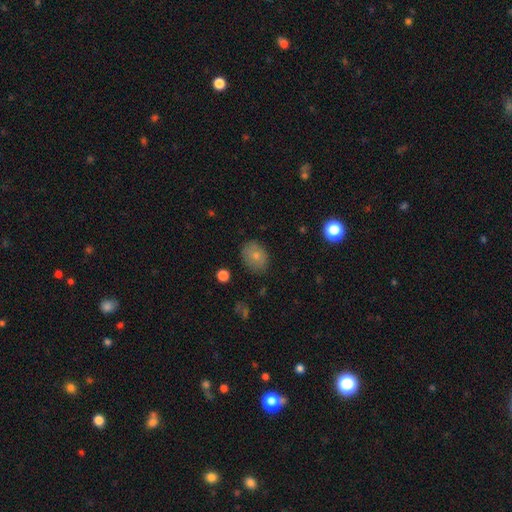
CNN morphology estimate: Smooth or featured: smooth — 75% (featured or disk — 16%)
How rounded: in between — 62% (round — 37%)
Merging: none — 78% (minor disturbance — 16%)